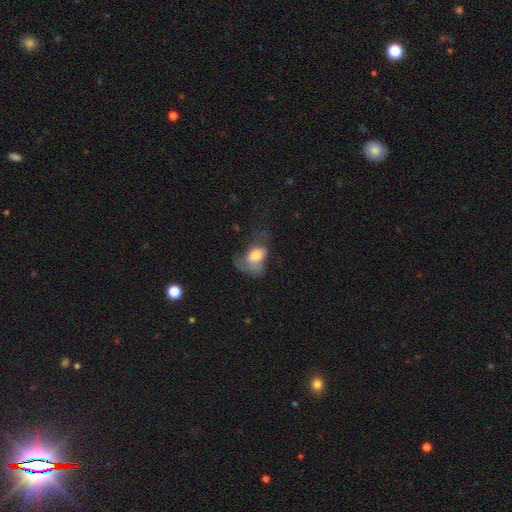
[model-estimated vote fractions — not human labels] A smooth galaxy with no disk features (66%) that is in between round and cigar-shaped (77%).

Vote fractions:
- Smooth or featured? smooth: 66% / featured or disk: 26% / star or artifact: 8%
- How rounded? in between: 77% / round: 22% / cigar-shaped: 2%
- Merging? major disturbance: 55% / minor disturbance: 22% / none: 19% / merger: 4%